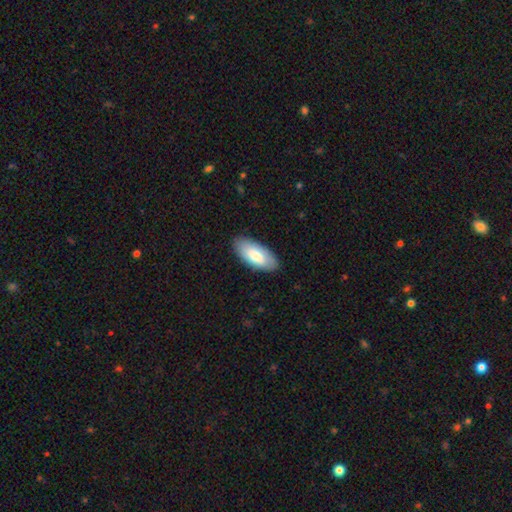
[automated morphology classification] This is likely a smooth galaxy (78%). How rounded: clearly in between (90%). Merging: clearly none (87%).